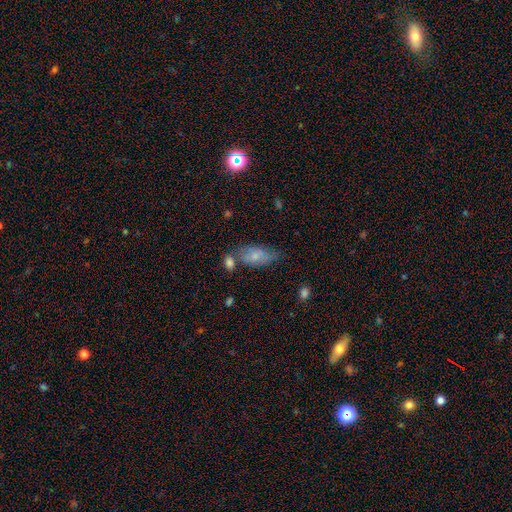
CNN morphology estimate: The model was most divided on "merging": none: 48%, minor disturbance: 25%, merger: 19%, major disturbance: 8%. More confident: how rounded — in between (90%); smooth or featured — smooth (72%).